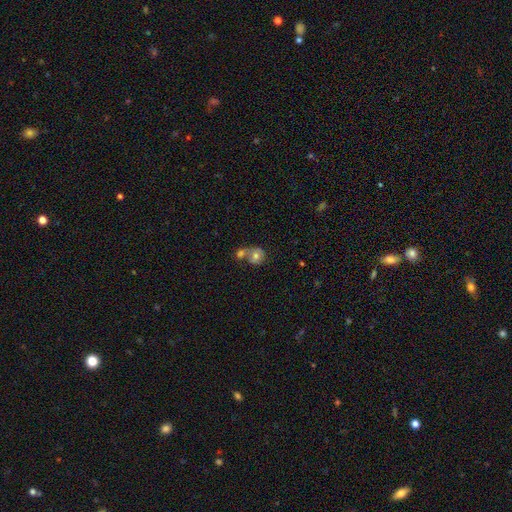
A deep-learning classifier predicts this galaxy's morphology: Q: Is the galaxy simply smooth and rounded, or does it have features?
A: smooth — 68%.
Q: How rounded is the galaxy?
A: round — 75%.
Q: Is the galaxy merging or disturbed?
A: merger — 60%.